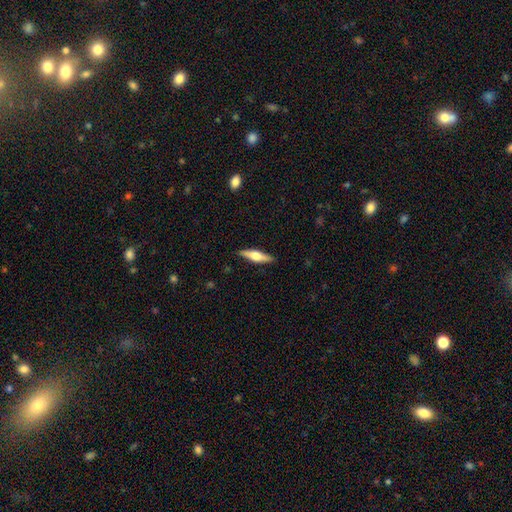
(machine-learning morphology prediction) Q: Smooth or featured?
A: featured or disk (58%); runner-up: smooth (37%)
Q: Edge-on disk?
A: yes (95%); runner-up: no (5%)
Q: Edge-on bulge?
A: rounded (92%); runner-up: boxy (6%)
Q: Merging?
A: none (89%); runner-up: minor disturbance (9%)